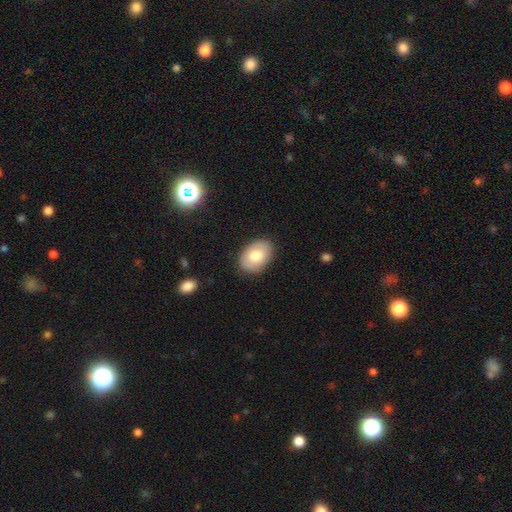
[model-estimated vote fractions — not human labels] A smooth galaxy with no disk features (75%) that is in between round and cigar-shaped (85%).

Vote fractions:
- Smooth or featured? smooth: 75% / featured or disk: 18% / star or artifact: 7%
- How rounded? in between: 85% / round: 14% / cigar-shaped: 1%
- Merging? none: 86% / minor disturbance: 10% / major disturbance: 2% / merger: 1%